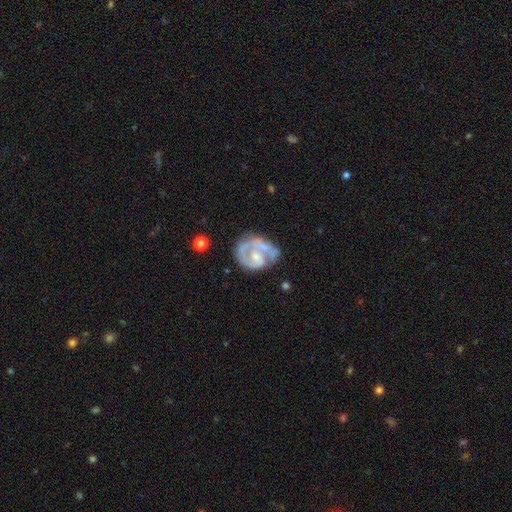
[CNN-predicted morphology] Smooth or featured? Predicted: featured or disk (p=0.79). Edge-on disk? Predicted: no (p=0.98). Bar? Predicted: no (p=0.57). Spiral arms? Predicted: yes (p=0.84). Spiral winding? Predicted: tight (p=0.49). Spiral arm count? Predicted: 2 (p=0.43). Bulge size? Predicted: small (p=0.45). Merging? Predicted: none (p=0.46).